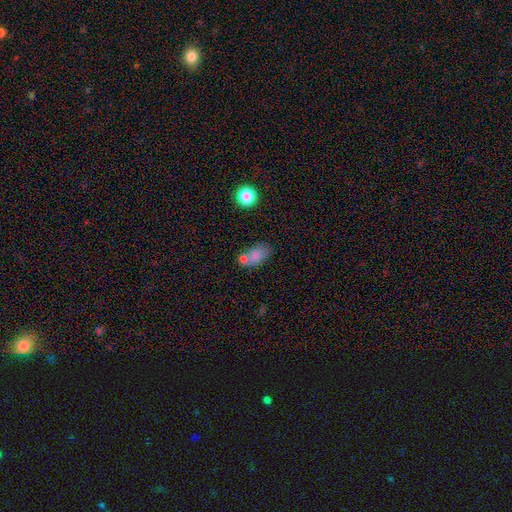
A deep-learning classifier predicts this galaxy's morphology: This is likely a smooth galaxy (77%). How rounded: clearly in between (87%). Merging: marginally none (44%).